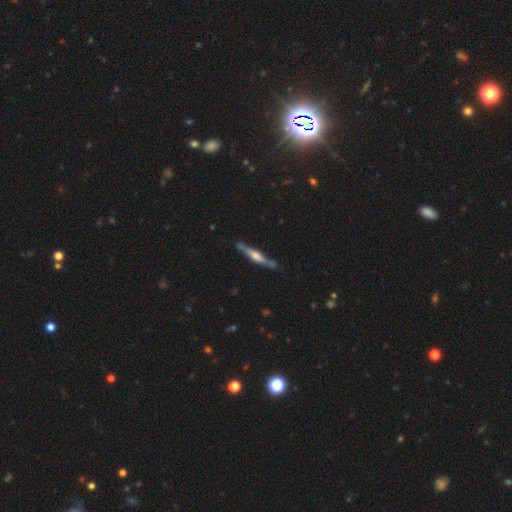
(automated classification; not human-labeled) Overall: featured or disk (71%). Edge-on disk: yes (95%). Edge-on bulge: rounded (60%; boxy 31%). Merging: none (79%).